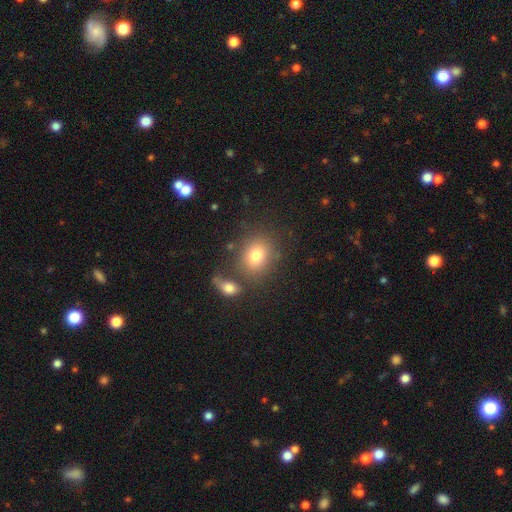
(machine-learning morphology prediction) A smooth galaxy with no disk features (76%) that is round (60%).

Vote fractions:
- Smooth or featured? smooth: 76% / featured or disk: 12% / star or artifact: 12%
- How rounded? round: 60% / in between: 39% / cigar-shaped: 1%
- Merging? none: 68% / merger: 15% / minor disturbance: 11% / major disturbance: 5%